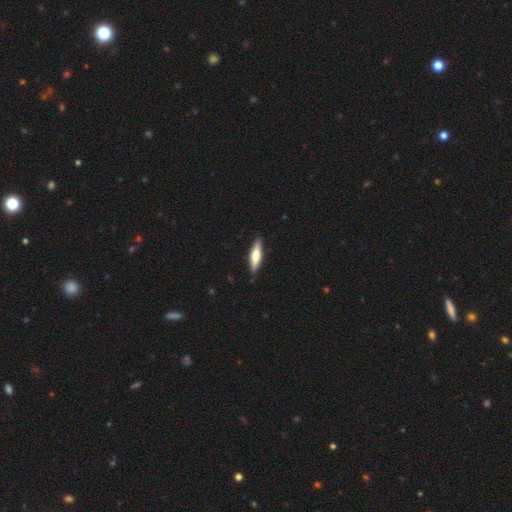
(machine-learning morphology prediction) The model was most divided on "smooth or featured": smooth: 56%, featured or disk: 39%, star or artifact: 5%. More confident: merging — none (87%); how rounded — cigar-shaped (73%).